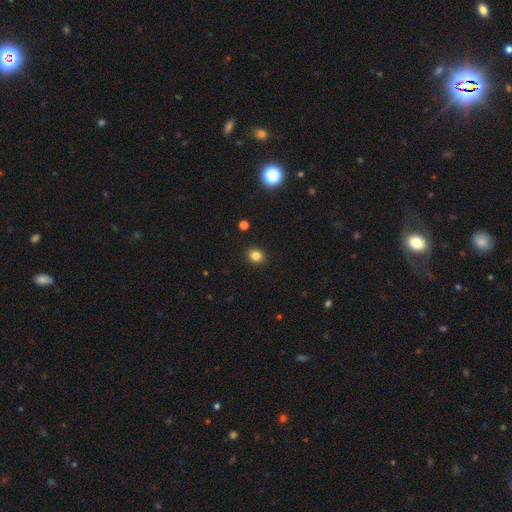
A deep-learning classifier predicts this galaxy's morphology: type=smooth (83%); roundness=round (75%); merging=none (92%).